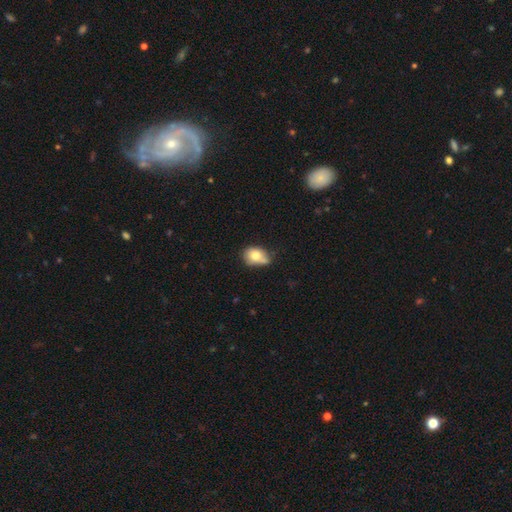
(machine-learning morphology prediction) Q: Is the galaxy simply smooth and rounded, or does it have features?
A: smooth — 75%.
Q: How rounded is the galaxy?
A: in between — 61%.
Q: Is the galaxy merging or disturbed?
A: none — 39%.